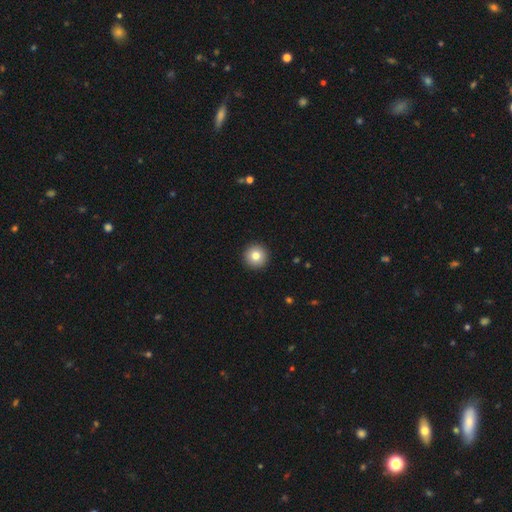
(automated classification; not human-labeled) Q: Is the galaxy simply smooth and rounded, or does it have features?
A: smooth — 80%.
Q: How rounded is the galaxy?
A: round — 97%.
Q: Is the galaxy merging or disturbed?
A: none — 94%.